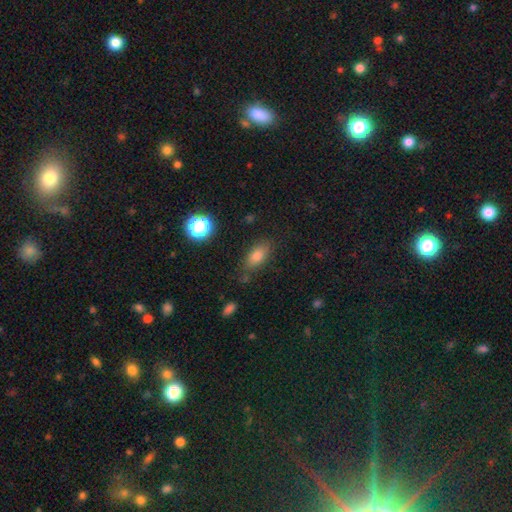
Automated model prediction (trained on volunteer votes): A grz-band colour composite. It shows a smooth galaxy with no disk features (75%) that is in between round and cigar-shaped (81%). Merging: none (77%).